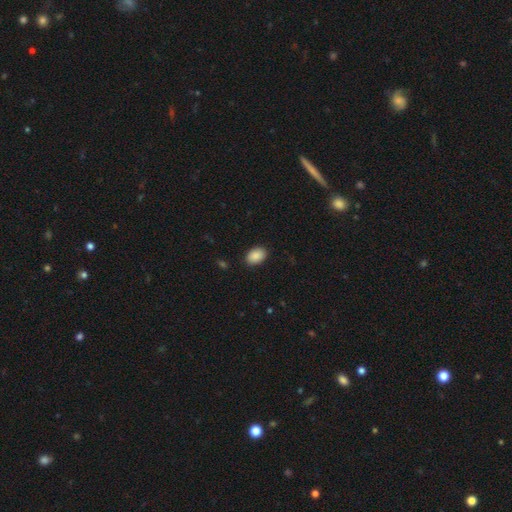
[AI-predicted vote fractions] The model was most divided on "how rounded": in between: 84%, round: 15%, cigar-shaped: 1%. More confident: smooth or featured — smooth (90%); merging — none (89%).